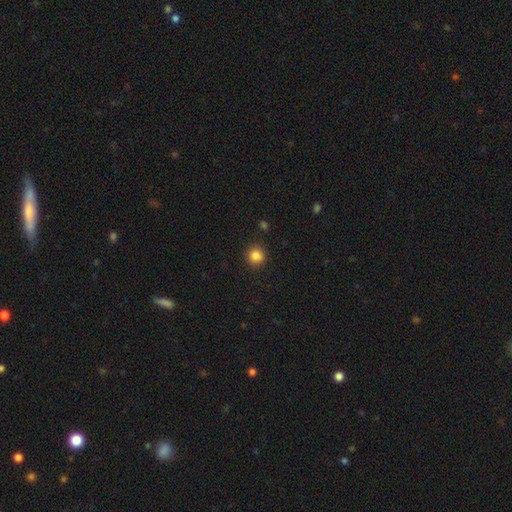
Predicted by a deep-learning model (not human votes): Morphology: type=smooth (85%); roundness=round (90%); merging=none (87%).